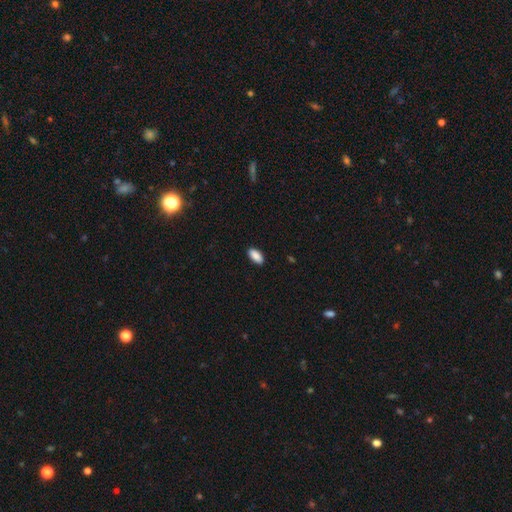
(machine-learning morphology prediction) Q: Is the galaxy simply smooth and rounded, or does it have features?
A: smooth — 90%.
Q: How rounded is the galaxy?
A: in between — 91%.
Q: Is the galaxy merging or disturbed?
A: none — 89%.